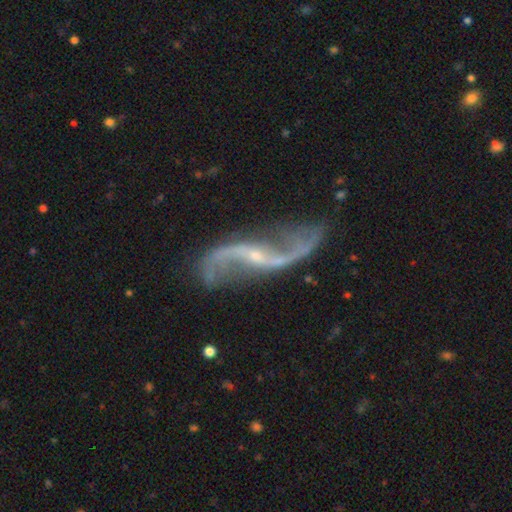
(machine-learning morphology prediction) Smooth or featured: featured or disk — 92% (star or artifact — 5%)
Edge-on disk: no — 93% (yes — 7%)
Bar: no — 39% (weak — 37%)
Spiral arms: yes — 97% (no — 3%)
Spiral winding: loose — 89% (medium — 8%)
Spiral arm count: 2 — 94% (can't tell — 1%)
Bulge size: small — 80% (moderate — 12%)
Merging: none — 74% (minor disturbance — 15%)